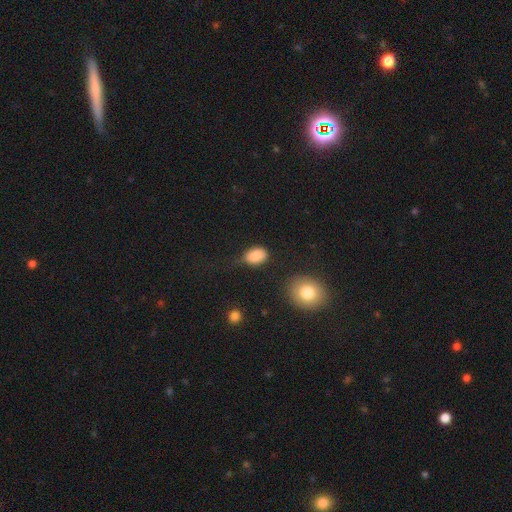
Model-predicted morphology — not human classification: Smooth or featured?
  - smooth: 85% *
  - star or artifact: 8%
  - featured or disk: 6%
How rounded?
  - in between: 79% *
  - round: 20%
  - cigar-shaped: 1%
Merging?
  - none: 54% *
  - minor disturbance: 33%
  - major disturbance: 10%
  - merger: 3%